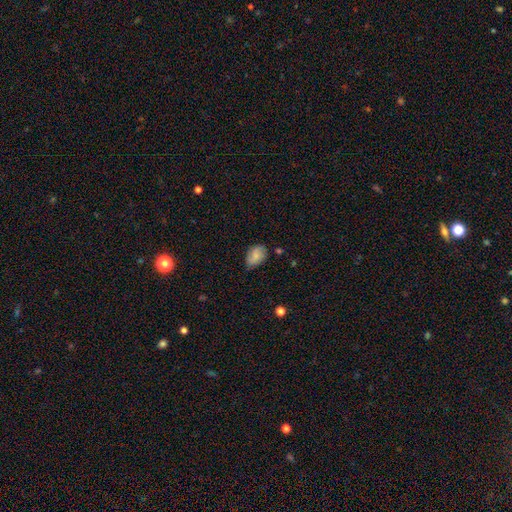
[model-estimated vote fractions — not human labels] Smooth or featured: smooth — 73% (featured or disk — 19%)
How rounded: in between — 83% (round — 16%)
Merging: none — 63% (minor disturbance — 30%)